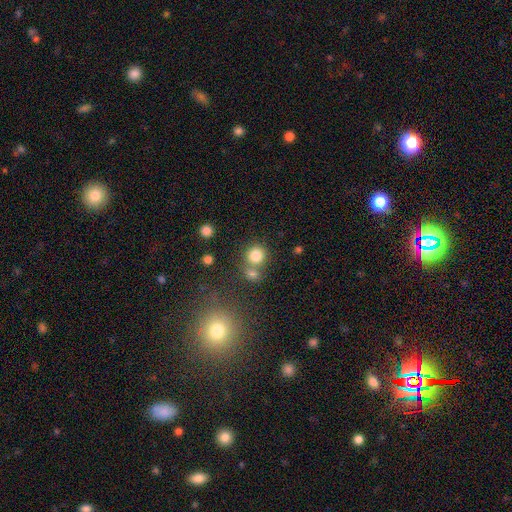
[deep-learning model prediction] Smooth or featured? smooth (81%)
How rounded? round (86%)
Merging? none (57%)